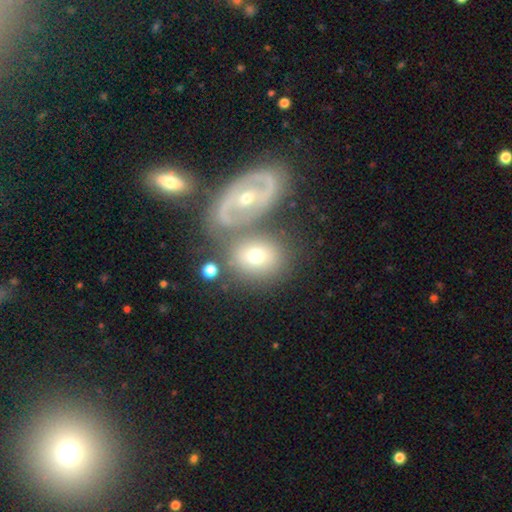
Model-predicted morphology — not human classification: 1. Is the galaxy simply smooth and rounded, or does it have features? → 49% smooth, 42% featured or disk, 8% star or artifact.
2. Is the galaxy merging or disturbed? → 49% none, 32% merger, 13% minor disturbance, 6% major disturbance.